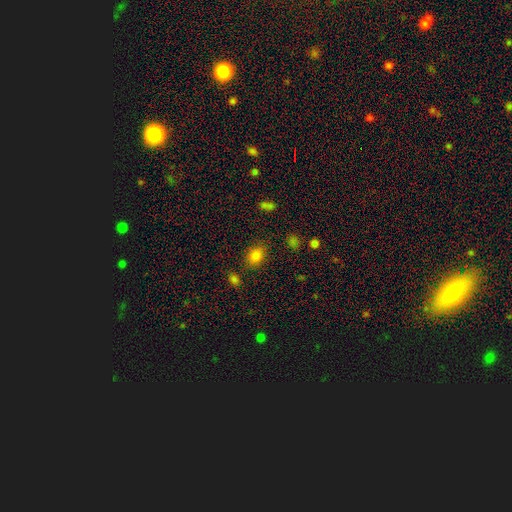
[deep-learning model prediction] Morphology: type=smooth (82%); roundness=in between (68%); merging=none (79%).